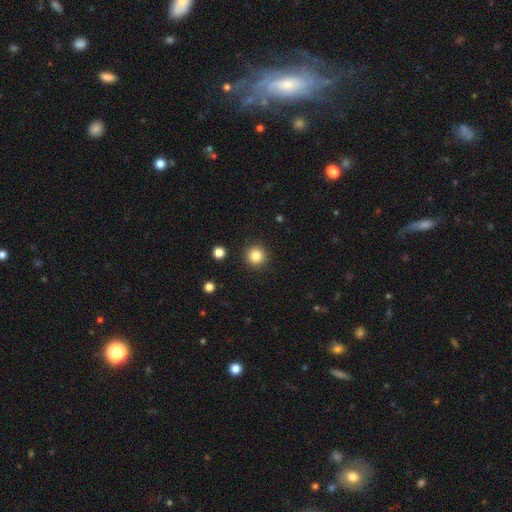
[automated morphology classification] The model was most divided on "smooth or featured": smooth: 84%, star or artifact: 11%, featured or disk: 5%. More confident: how rounded — round (95%); merging — none (91%).